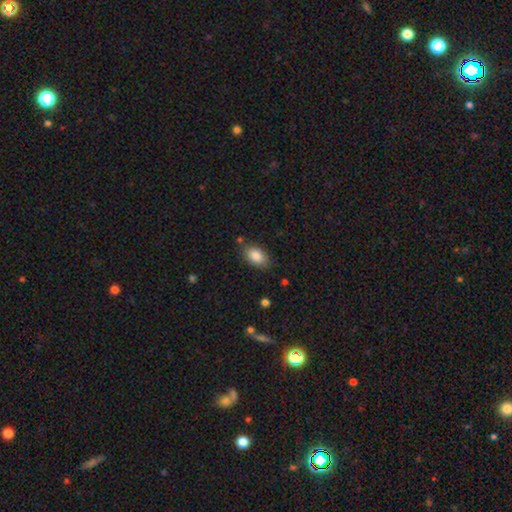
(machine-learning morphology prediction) The model was most divided on "merging": none: 79%, minor disturbance: 15%, major disturbance: 3%, merger: 3%. More confident: how rounded — in between (91%); smooth or featured — smooth (86%).